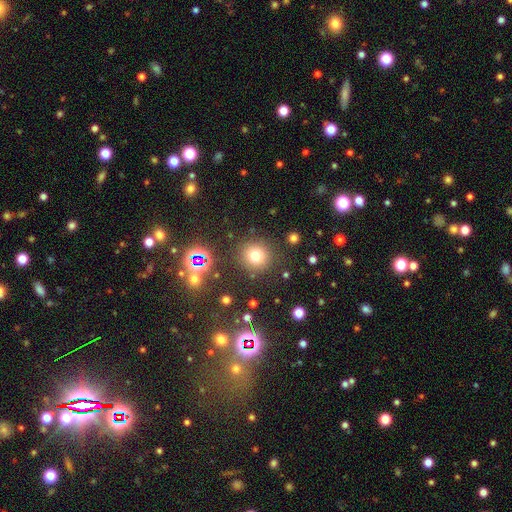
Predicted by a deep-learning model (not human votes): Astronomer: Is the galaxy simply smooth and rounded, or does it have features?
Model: smooth — 73%.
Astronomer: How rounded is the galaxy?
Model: round — 92%.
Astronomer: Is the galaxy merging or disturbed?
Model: none — 85%.